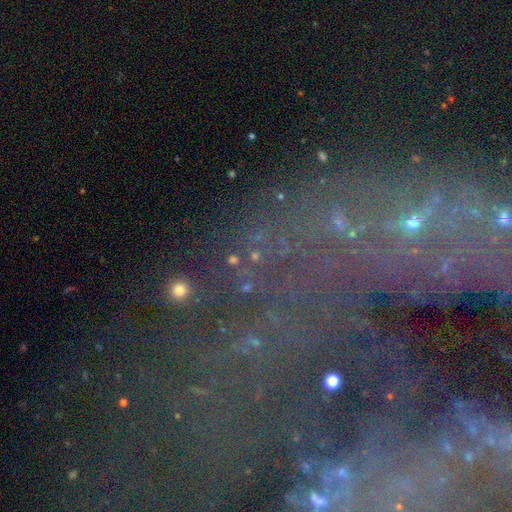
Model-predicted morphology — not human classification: Smooth or featured: star or artifact — 51% (smooth — 32%)